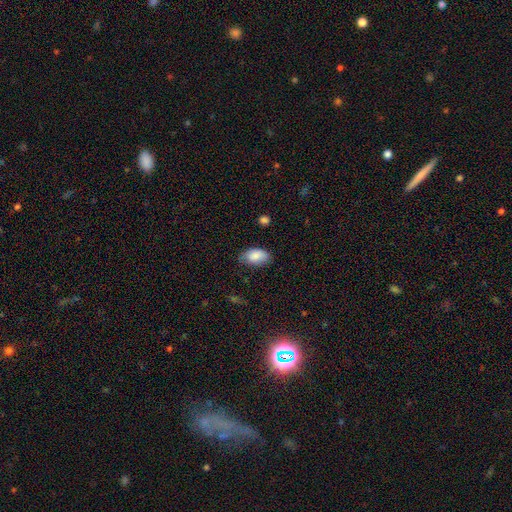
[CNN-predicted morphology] smooth_or_featured: smooth (p=0.86) [alt: featured or disk p=0.08]
how_rounded: in between (p=0.94) [alt: round p=0.05]
merging: none (p=0.72) [alt: minor disturbance p=0.23]